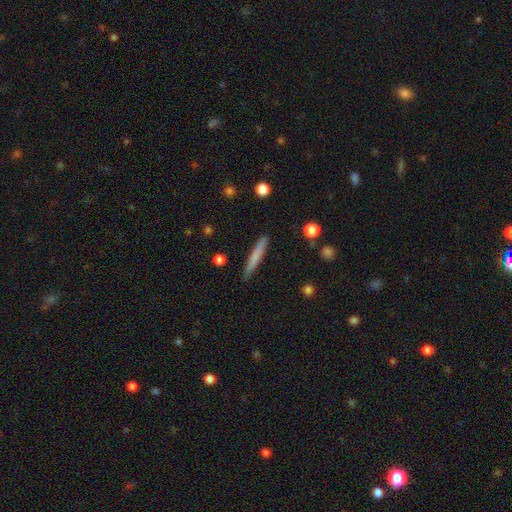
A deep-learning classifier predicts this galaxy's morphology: A smooth galaxy with no disk features (70%) that is cigar-shaped (95%). Merging: none (87%).